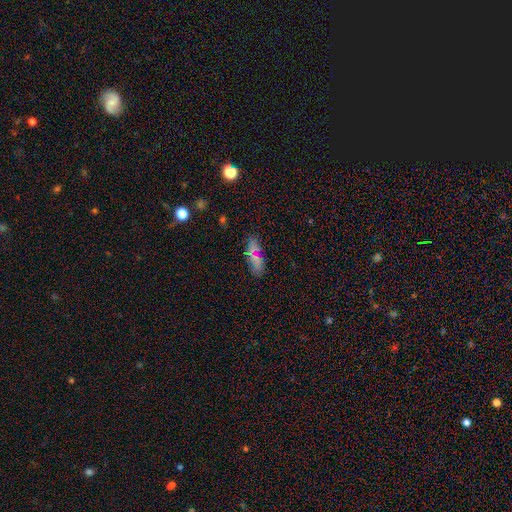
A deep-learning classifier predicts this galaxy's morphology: This is likely a smooth galaxy (64%). How rounded: likely in between (71%). Merging: likely none (79%).